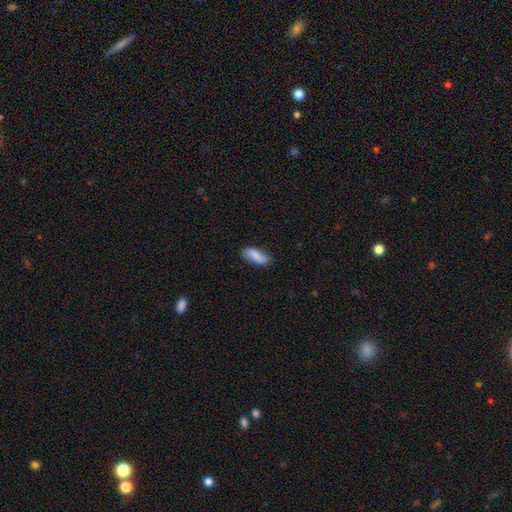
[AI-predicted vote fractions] A smooth galaxy with no disk features (80%) that is in between round and cigar-shaped (78%).

Vote fractions:
- Smooth or featured? smooth: 80% / featured or disk: 13% / star or artifact: 7%
- How rounded? in between: 78% / cigar-shaped: 19% / round: 2%
- Merging? none: 78% / minor disturbance: 17% / major disturbance: 3% / merger: 2%